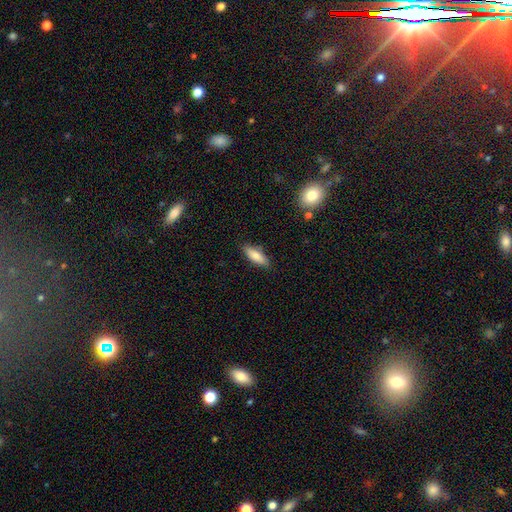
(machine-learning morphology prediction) type=smooth (81%); roundness=in between (60%); merging=none (85%).